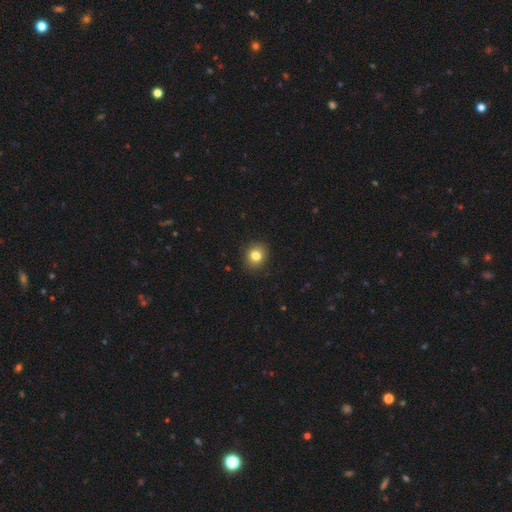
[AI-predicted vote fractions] Smooth or featured: smooth — 82% (star or artifact — 11%)
How rounded: round — 69% (in between — 30%)
Merging: none — 88% (minor disturbance — 9%)